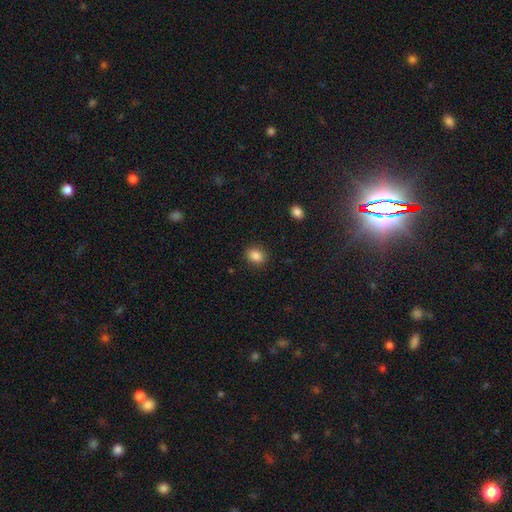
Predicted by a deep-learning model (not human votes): Smooth or featured? Predicted: smooth (p=0.87). How rounded? Predicted: in between (p=0.54). Merging? Predicted: none (p=0.88).